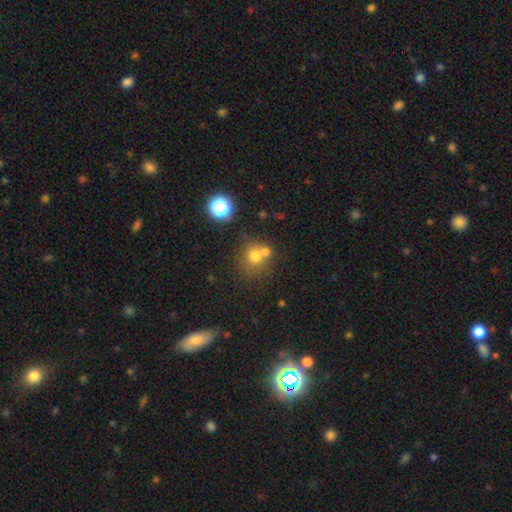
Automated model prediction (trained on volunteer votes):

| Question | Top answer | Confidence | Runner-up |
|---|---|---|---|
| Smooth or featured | smooth | 69% | star or artifact (17%) |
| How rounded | round | 86% | in between (13%) |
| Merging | none | 50% | merger (38%) |